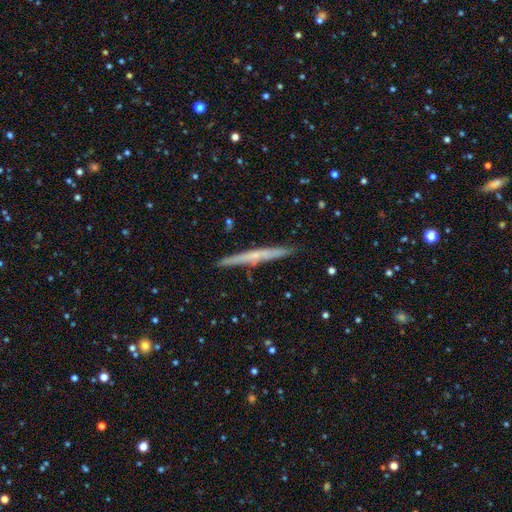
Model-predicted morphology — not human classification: This appears to be a featured or disk galaxy (55%) viewed edge-on (97%) with no central bulge (71%). Merging: none (90%).